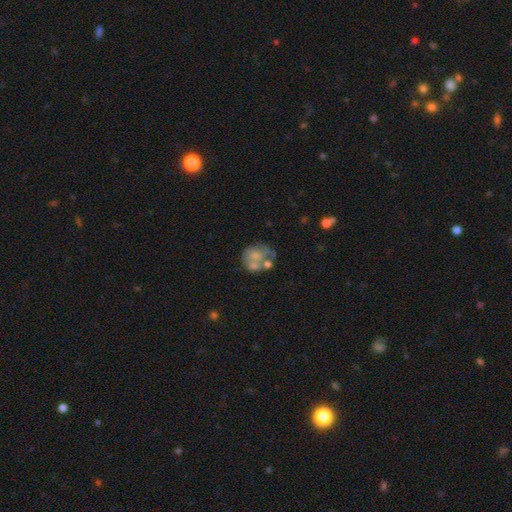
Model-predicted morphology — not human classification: Smooth or featured: featured or disk — 47% (smooth — 43%)
Merging: none — 33% (merger — 30%)